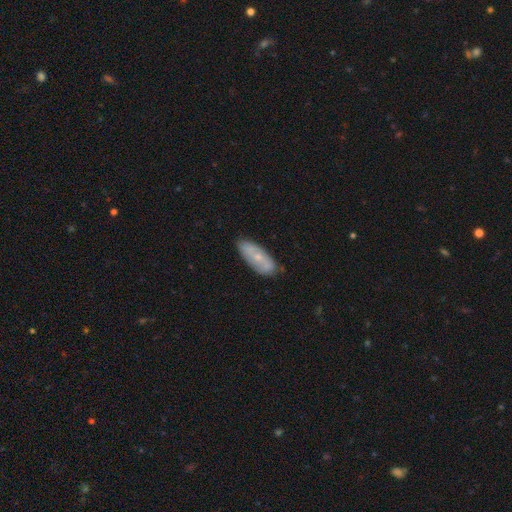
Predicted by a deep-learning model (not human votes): smooth_or_featured: smooth (p=0.49) [alt: featured or disk p=0.45]
merging: none (p=0.78) [alt: minor disturbance p=0.17]